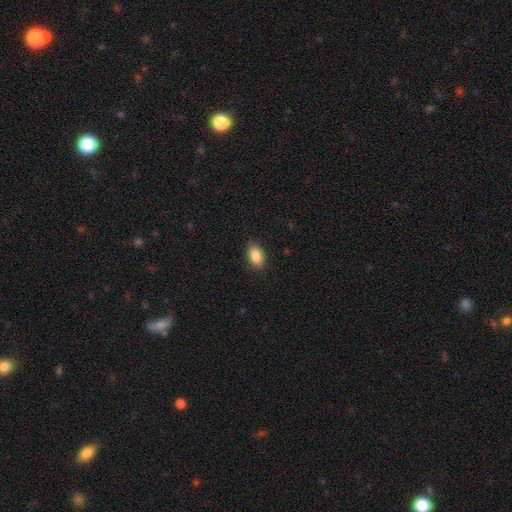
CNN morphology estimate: Smooth or featured: smooth — 87% (star or artifact — 8%)
How rounded: in between — 90% (round — 7%)
Merging: none — 85% (minor disturbance — 11%)